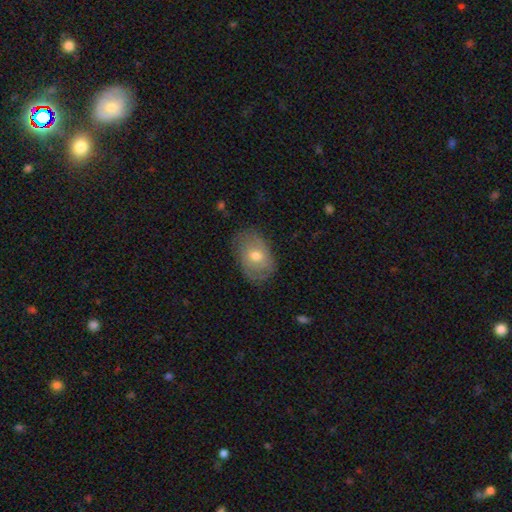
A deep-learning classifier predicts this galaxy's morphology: Smooth or featured?
  - smooth: 54% *
  - featured or disk: 39%
  - star or artifact: 7%
How rounded?
  - in between: 82% *
  - round: 17%
  - cigar-shaped: 1%
Merging?
  - none: 70% *
  - minor disturbance: 23%
  - major disturbance: 6%
  - merger: 1%